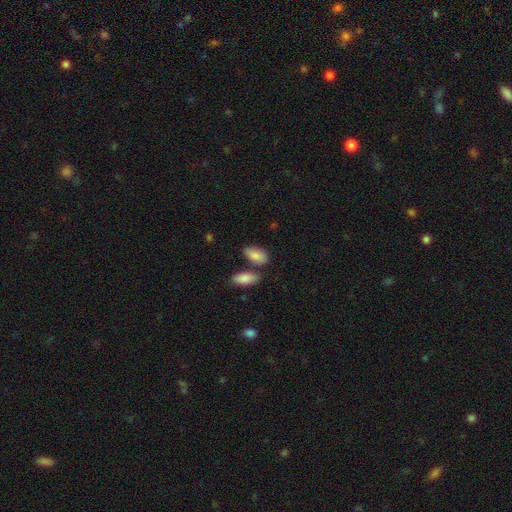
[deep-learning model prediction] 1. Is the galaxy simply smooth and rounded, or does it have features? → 86% smooth, 8% featured or disk, 6% star or artifact.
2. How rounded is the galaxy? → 91% in between, 6% cigar-shaped, 3% round.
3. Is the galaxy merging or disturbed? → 63% none, 18% merger, 15% minor disturbance, 4% major disturbance.